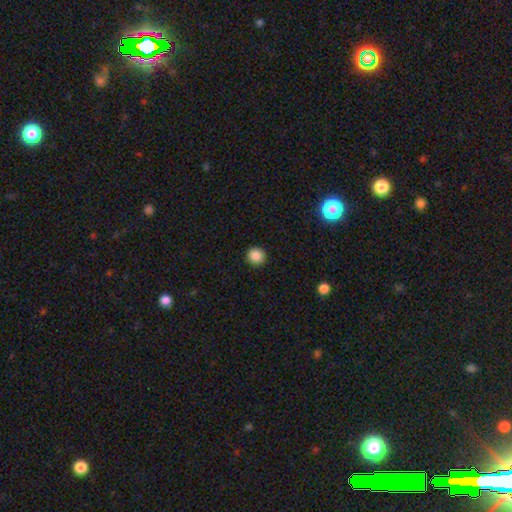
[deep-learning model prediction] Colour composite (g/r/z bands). It shows a smooth galaxy with no disk features (87%) that is round (93%). Merging: none (92%).